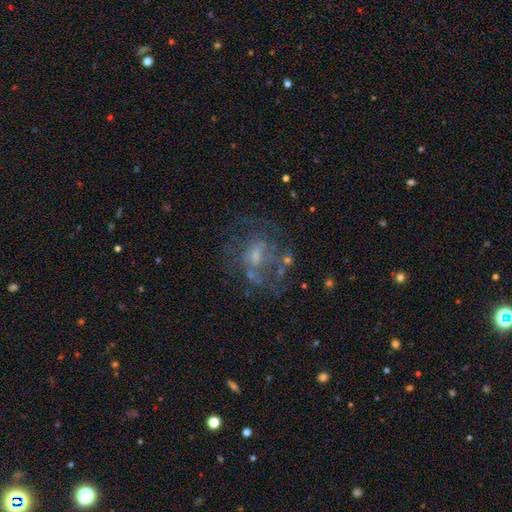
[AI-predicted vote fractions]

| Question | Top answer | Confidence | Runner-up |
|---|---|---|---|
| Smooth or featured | featured or disk | 60% | star or artifact (23%) |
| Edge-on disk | no | 96% | yes (4%) |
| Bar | no | 59% | weak (33%) |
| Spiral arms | yes | 63% | no (37%) |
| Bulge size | small | 52% | moderate (33%) |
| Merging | none | 63% | major disturbance (16%) |